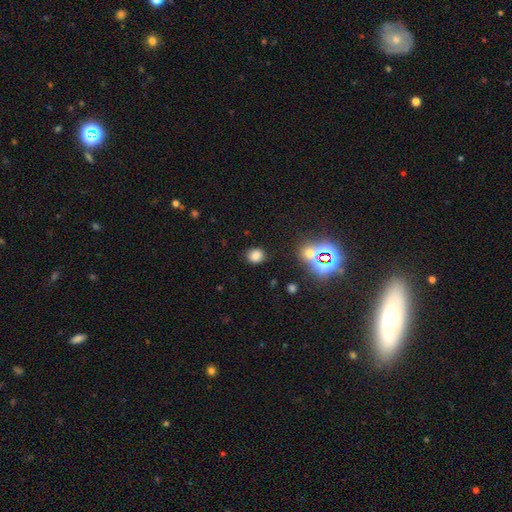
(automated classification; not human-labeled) Q: Smooth or featured?
A: smooth (78%); runner-up: star or artifact (17%)
Q: How rounded?
A: round (64%); runner-up: in between (35%)
Q: Merging?
A: none (84%); runner-up: minor disturbance (10%)